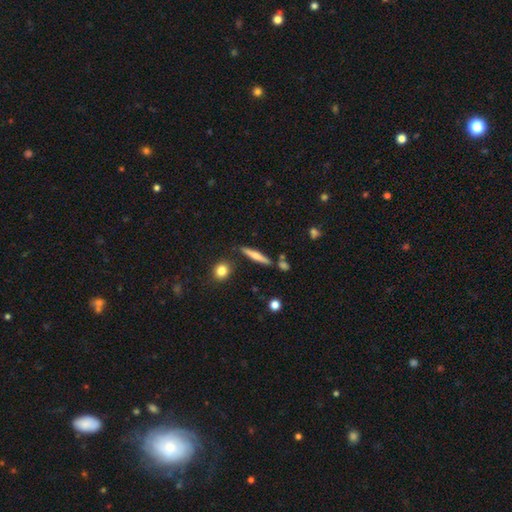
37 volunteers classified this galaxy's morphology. Volunteers were most divided on "smooth or featured": smooth: 49%, featured or disk: 43%, star or artifact: 8%. More confident: how rounded — cigar-shaped (89%); merging — none (85%).